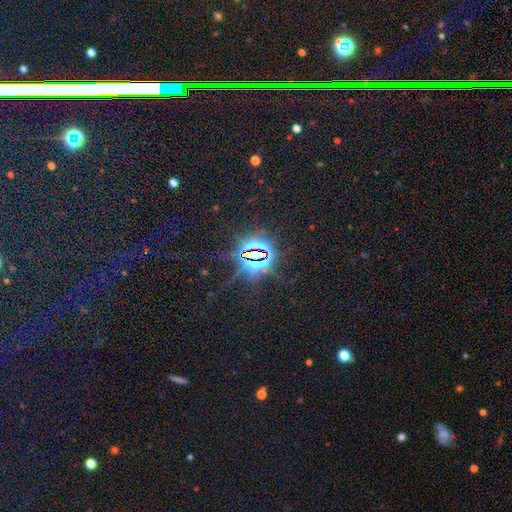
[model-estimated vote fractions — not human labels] A star or artifact, not a galaxy (86%).